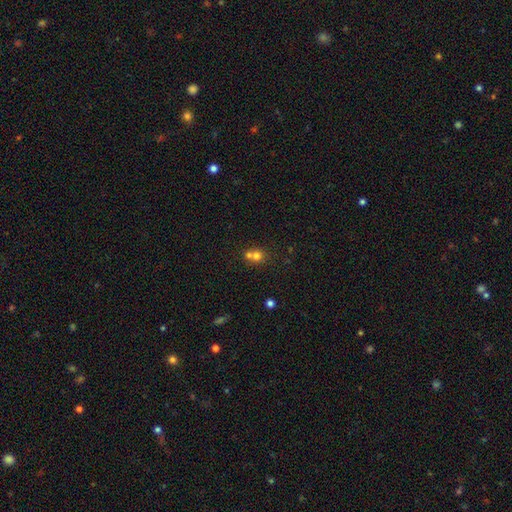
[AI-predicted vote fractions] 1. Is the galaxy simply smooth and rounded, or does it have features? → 70% smooth, 16% star or artifact, 14% featured or disk.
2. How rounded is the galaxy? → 81% round, 18% in between, 1% cigar-shaped.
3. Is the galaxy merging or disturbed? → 54% merger, 38% none, 6% minor disturbance, 2% major disturbance.